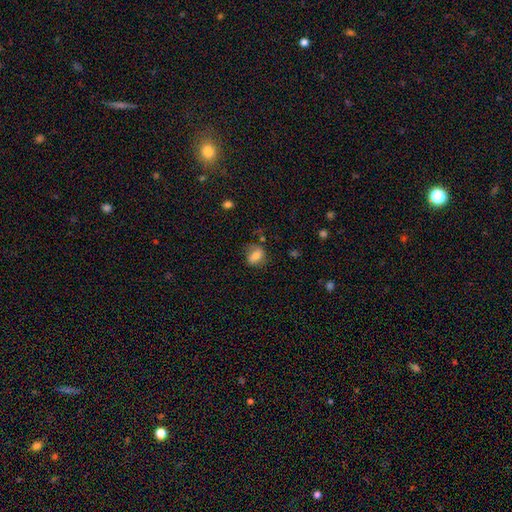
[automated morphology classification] Smooth or featured? smooth (70%)
How rounded? in between (66%)
Merging? none (60%)